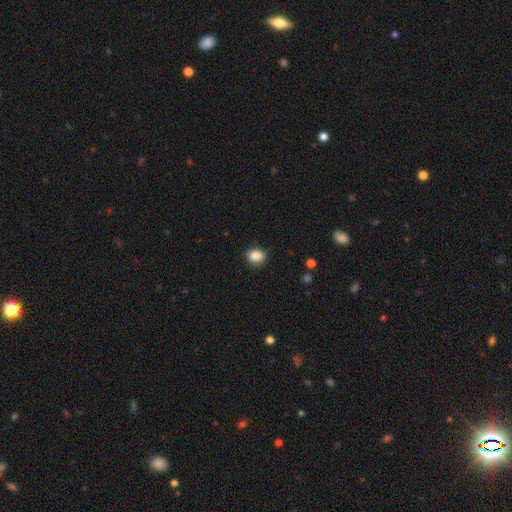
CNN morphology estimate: This appears to be a smooth galaxy with no disk features (87%) that is round (61%). Merging: none (88%).